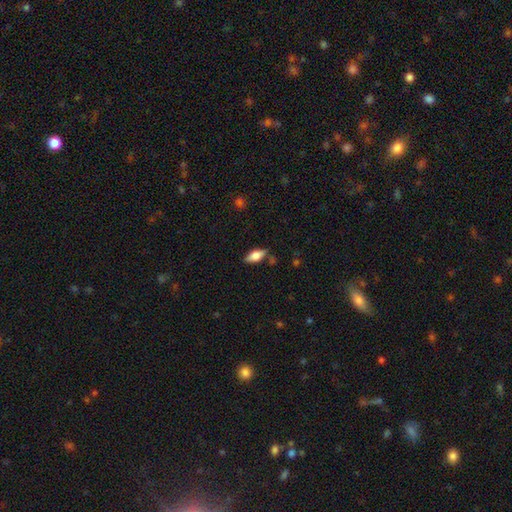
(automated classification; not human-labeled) Smooth or featured? Predicted: smooth (p=0.67). How rounded? Predicted: in between (p=0.83). Merging? Predicted: none (p=0.78).